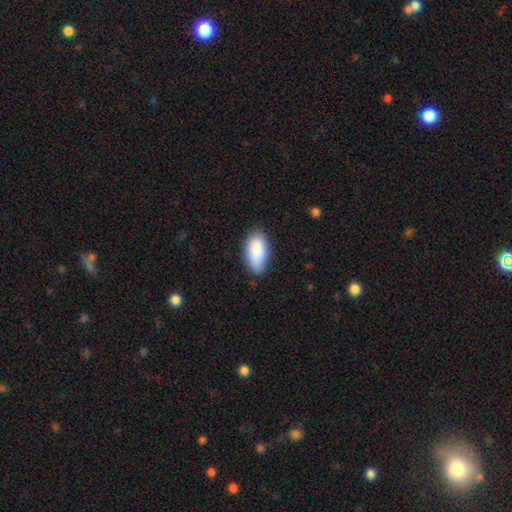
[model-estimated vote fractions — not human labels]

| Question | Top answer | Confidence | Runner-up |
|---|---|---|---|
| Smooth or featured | smooth | 88% | star or artifact (6%) |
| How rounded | in between | 92% | cigar-shaped (6%) |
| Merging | none | 80% | minor disturbance (16%) |